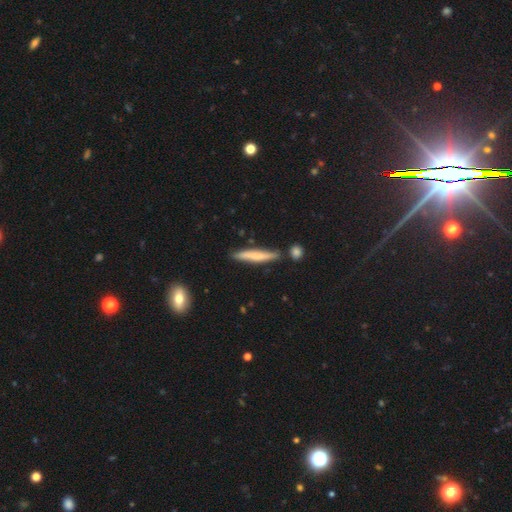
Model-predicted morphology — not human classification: type=smooth (59%); roundness=cigar-shaped (93%); merging=none (81%).